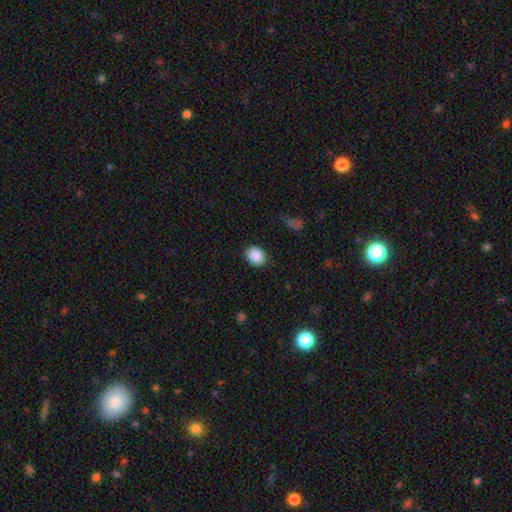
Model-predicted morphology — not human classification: This appears to be a smooth galaxy with no disk features (89%) that is in between round and cigar-shaped (54%). Merging: none (86%).